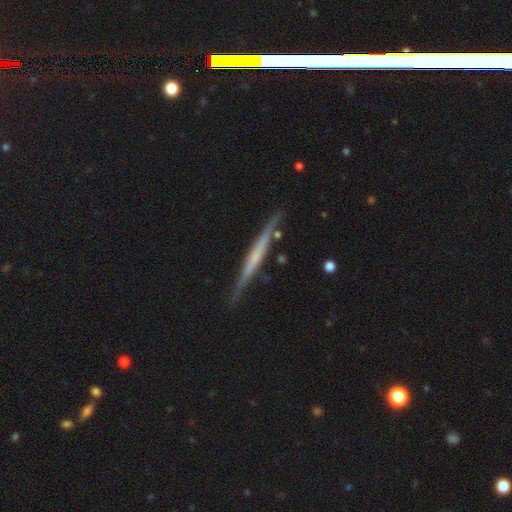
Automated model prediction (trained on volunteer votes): Overall: featured or disk (68%). Edge-on disk: yes (97%). Edge-on bulge: none (61%; rounded 25%). Merging: none (83%).